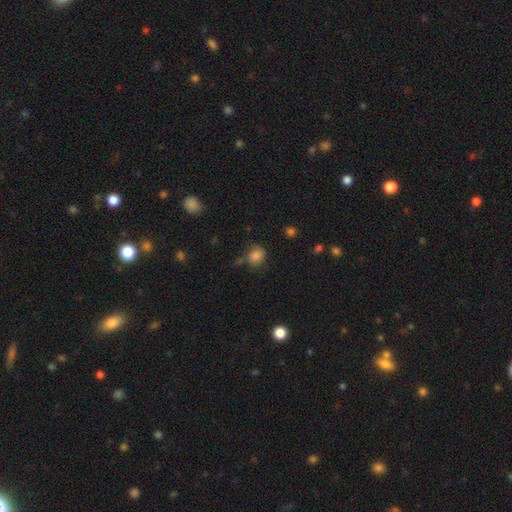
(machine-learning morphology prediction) smooth 79%, star or artifact 12%, featured or disk 9%. Down the decision tree: how rounded — round (63%); merging — none (52%).